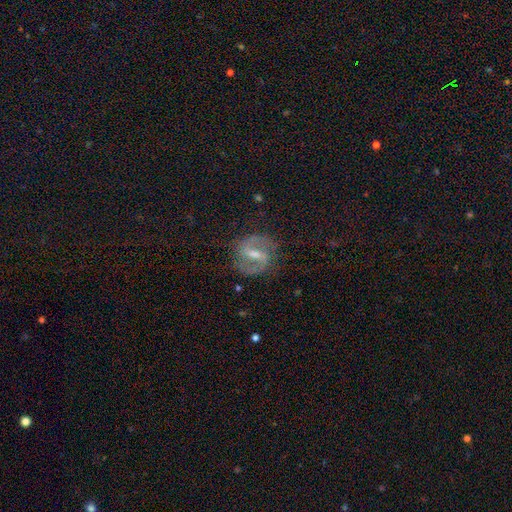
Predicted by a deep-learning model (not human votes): A featured or disk galaxy (85%) with a strong bar (51%), 2 (91%) medium (55%) spiral arms (92%) and a moderate central bulge (46%). Merging: none (78%).